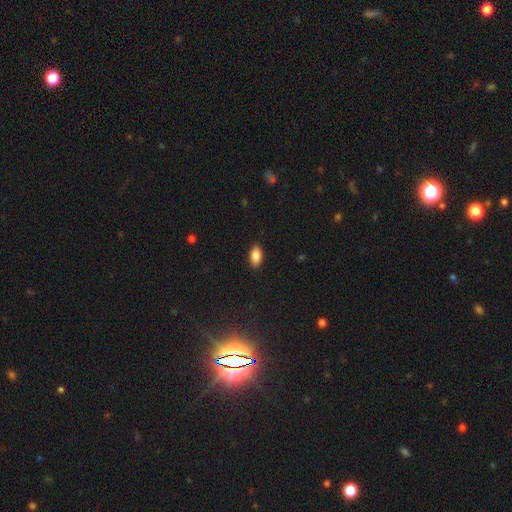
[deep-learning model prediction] Smooth or featured?
  - smooth: 86% *
  - star or artifact: 7%
  - featured or disk: 7%
How rounded?
  - in between: 91% *
  - cigar-shaped: 5%
  - round: 4%
Merging?
  - none: 89% *
  - minor disturbance: 9%
  - major disturbance: 2%
  - merger: 1%